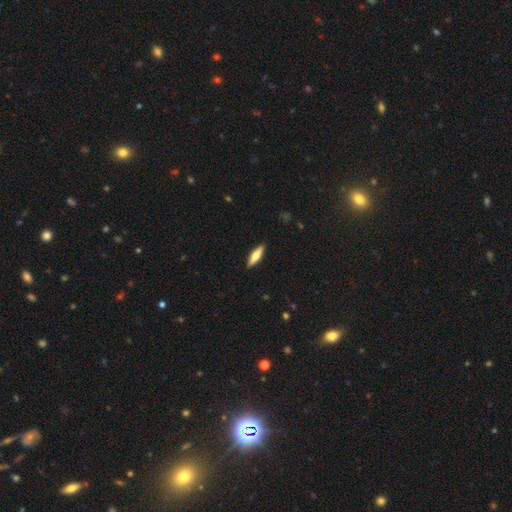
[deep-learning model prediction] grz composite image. It shows a smooth galaxy with no disk features (63%) that is cigar-shaped (67%). Merging: none (90%).